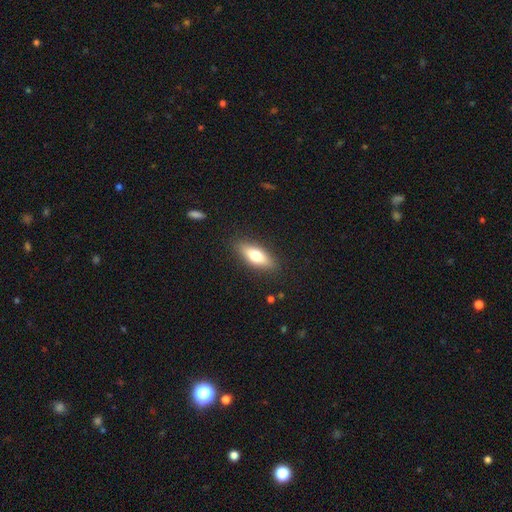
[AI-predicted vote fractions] Smooth or featured?
  - smooth: 67% *
  - featured or disk: 26%
  - star or artifact: 7%
How rounded?
  - in between: 64% *
  - cigar-shaped: 33%
  - round: 3%
Merging?
  - none: 87% *
  - minor disturbance: 9%
  - major disturbance: 2%
  - merger: 1%